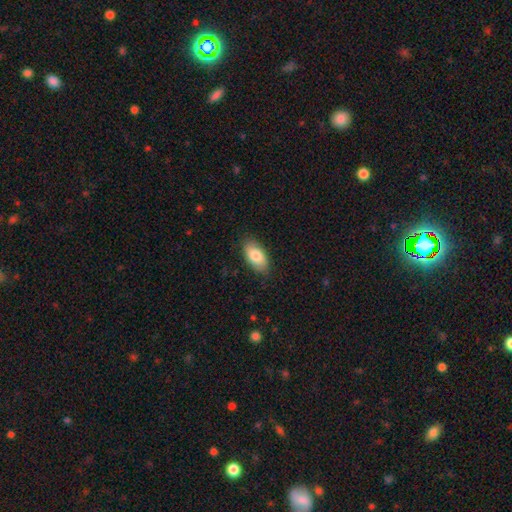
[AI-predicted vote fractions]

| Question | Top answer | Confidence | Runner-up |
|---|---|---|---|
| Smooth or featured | smooth | 81% | featured or disk (13%) |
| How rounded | in between | 93% | cigar-shaped (4%) |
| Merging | none | 85% | minor disturbance (12%) |